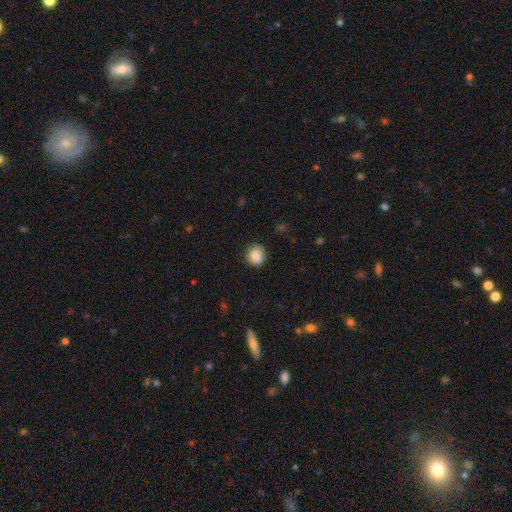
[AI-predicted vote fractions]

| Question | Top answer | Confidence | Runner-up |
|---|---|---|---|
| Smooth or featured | smooth | 86% | star or artifact (9%) |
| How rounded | round | 79% | in between (20%) |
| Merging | none | 77% | minor disturbance (16%) |